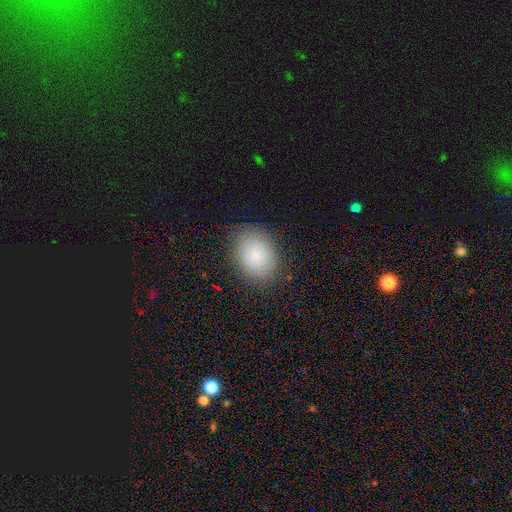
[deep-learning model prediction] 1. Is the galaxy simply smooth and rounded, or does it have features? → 85% smooth, 8% star or artifact, 6% featured or disk.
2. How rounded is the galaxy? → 59% in between, 40% round, 1% cigar-shaped.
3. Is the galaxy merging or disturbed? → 85% none, 11% minor disturbance, 3% major disturbance, 1% merger.